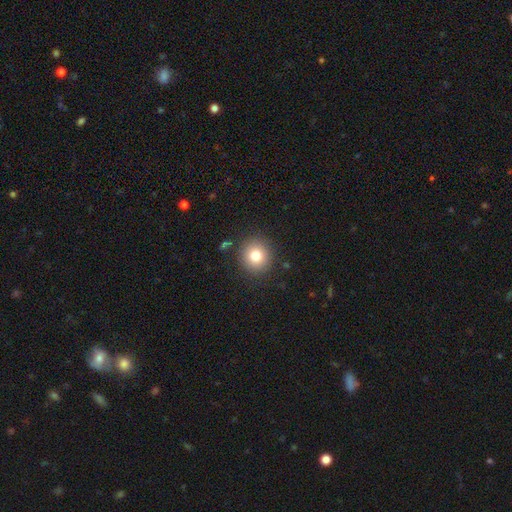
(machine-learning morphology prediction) Smooth or featured?
  - smooth: 80% *
  - star or artifact: 11%
  - featured or disk: 9%
How rounded?
  - round: 91% *
  - in between: 8%
  - cigar-shaped: 1%
Merging?
  - none: 88% *
  - minor disturbance: 7%
  - major disturbance: 3%
  - merger: 2%